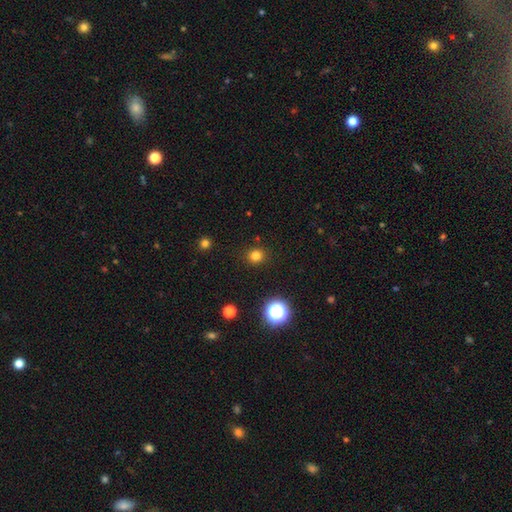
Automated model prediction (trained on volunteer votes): smooth-or-featured: smooth: 79% | star or artifact: 16% | featured or disk: 5%
  how-rounded: round: 88% | in between: 11% | cigar-shaped: 1%
  merging: none: 90% | minor disturbance: 6% | major disturbance: 2% | merger: 1%